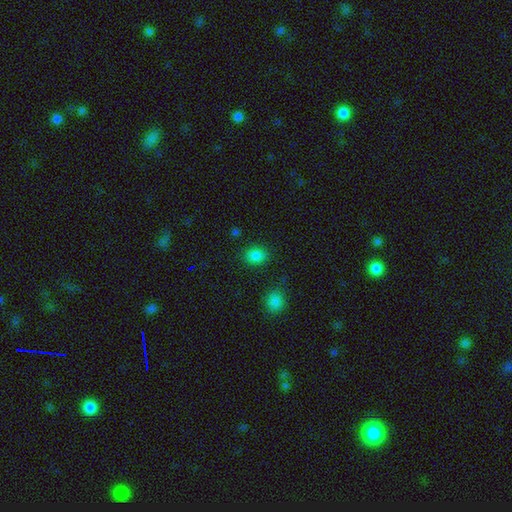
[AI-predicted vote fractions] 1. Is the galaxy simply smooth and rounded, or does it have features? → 84% smooth, 12% star or artifact, 4% featured or disk.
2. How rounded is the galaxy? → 53% in between, 46% round, 1% cigar-shaped.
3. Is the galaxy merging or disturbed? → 85% none, 10% minor disturbance, 3% major disturbance, 3% merger.